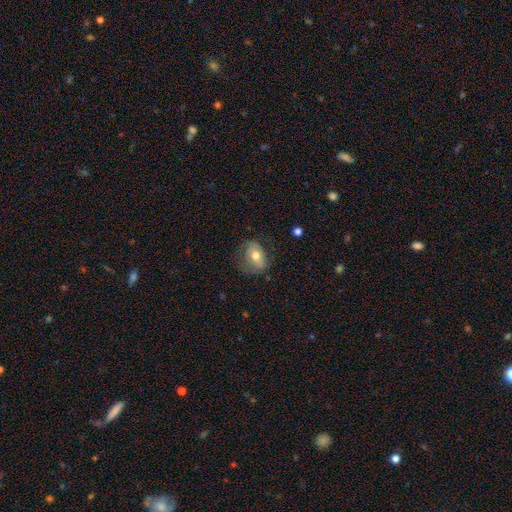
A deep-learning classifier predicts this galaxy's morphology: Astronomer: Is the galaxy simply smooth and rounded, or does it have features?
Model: smooth — 61%.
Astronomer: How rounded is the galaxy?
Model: in between — 64%.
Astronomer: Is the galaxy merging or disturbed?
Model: none — 55%.